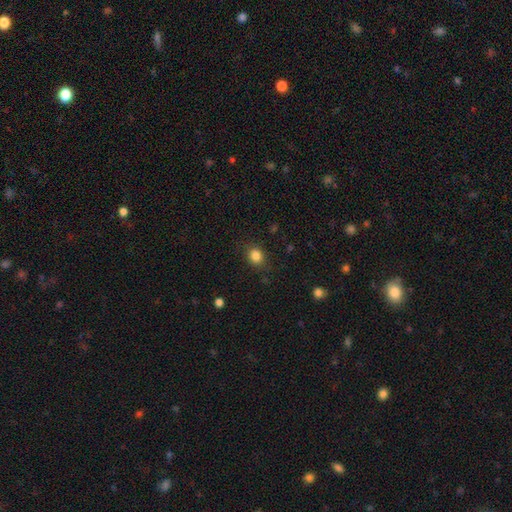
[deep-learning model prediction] Smooth or featured? Predicted: smooth (p=0.84). How rounded? Predicted: round (p=0.68). Merging? Predicted: none (p=0.84).